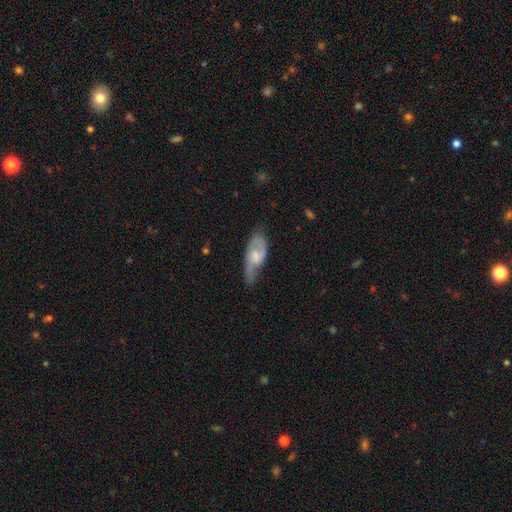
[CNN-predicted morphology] Smooth or featured? featured or disk (57%)
Edge-on disk? no (87%)
Merging? none (49%)